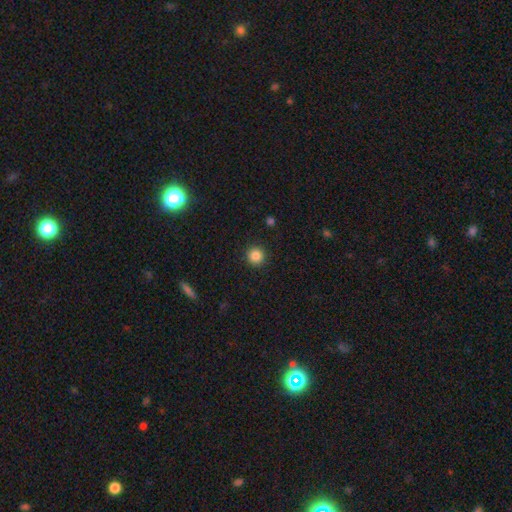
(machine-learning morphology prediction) smooth-or-featured: smooth: 85% | star or artifact: 11% | featured or disk: 4%
  how-rounded: round: 95% | in between: 4% | cigar-shaped: 1%
  merging: none: 92% | minor disturbance: 5% | major disturbance: 2% | merger: 1%